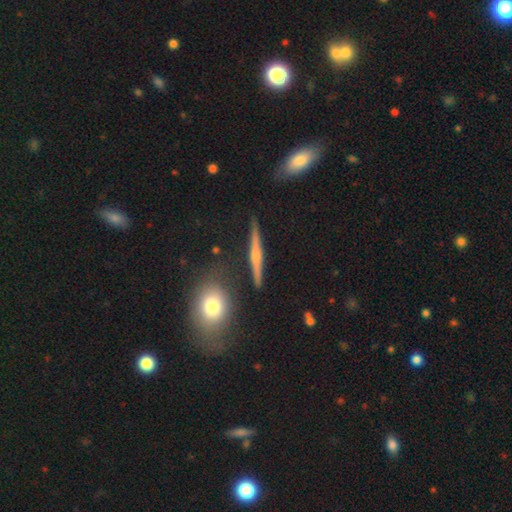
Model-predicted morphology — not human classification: A featured or disk galaxy (48%). Merging: none (80%).